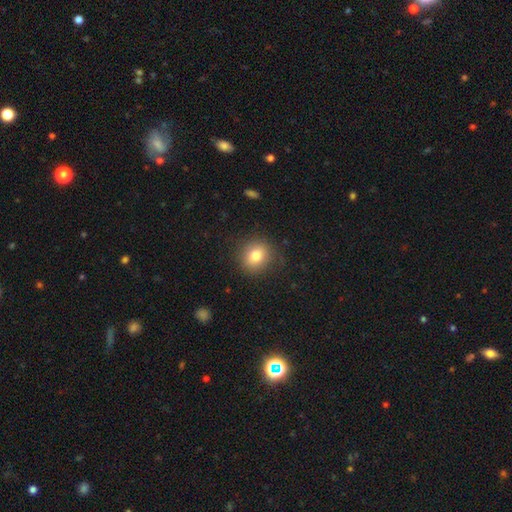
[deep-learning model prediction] A smooth galaxy with no disk features (79%) that is round (79%). Merging: none (84%).